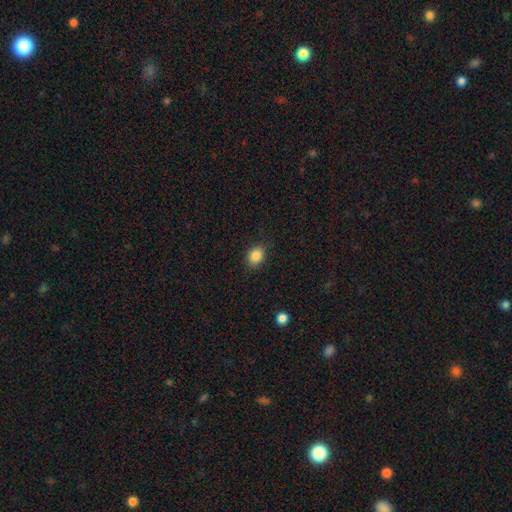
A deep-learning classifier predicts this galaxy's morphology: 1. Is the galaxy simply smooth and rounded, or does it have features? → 85% smooth, 10% star or artifact, 5% featured or disk.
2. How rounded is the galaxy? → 54% round, 45% in between, 1% cigar-shaped.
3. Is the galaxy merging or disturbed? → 84% none, 12% minor disturbance, 3% major disturbance, 1% merger.